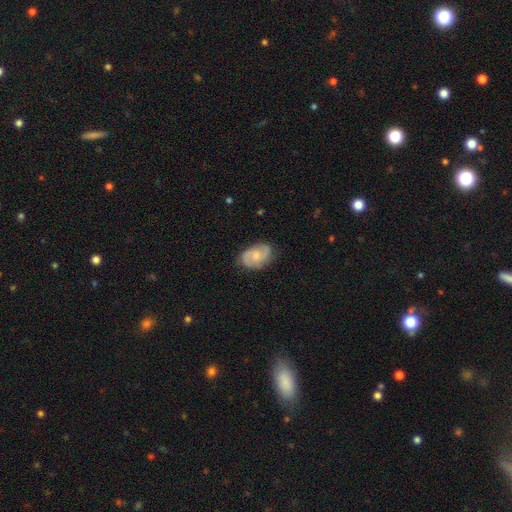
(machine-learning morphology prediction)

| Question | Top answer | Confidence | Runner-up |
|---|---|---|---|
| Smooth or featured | featured or disk | 75% | smooth (19%) |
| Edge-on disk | no | 97% | yes (3%) |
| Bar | no | 57% | weak (38%) |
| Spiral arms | yes | 96% | no (4%) |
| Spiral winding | medium | 50% | tight (34%) |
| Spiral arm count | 2 | 87% | can't tell (6%) |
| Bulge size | small | 47% | moderate (38%) |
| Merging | none | 79% | minor disturbance (16%) |